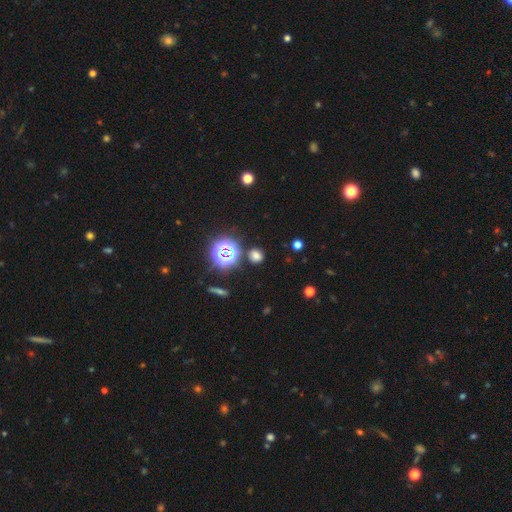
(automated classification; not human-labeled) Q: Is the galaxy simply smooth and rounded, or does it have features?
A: smooth — 65%.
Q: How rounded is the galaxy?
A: round — 80%.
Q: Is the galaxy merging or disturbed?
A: none — 86%.